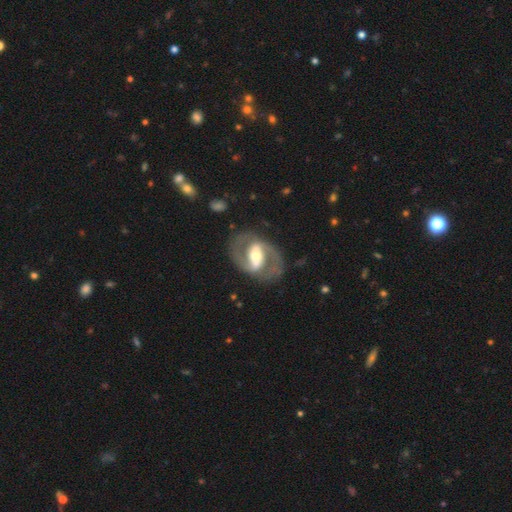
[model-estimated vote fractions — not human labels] This is clearly a featured or disk galaxy (85%). It is clearly not viewed edge-on (96%). Bar: possibly strong (56%). Spiral arm pattern: clearly yes (87%). Spiral arm count: clearly 2 (90%). Spiral winding: possibly medium (55%). Central bulge: likely moderate (60%). Merging: likely none (77%).